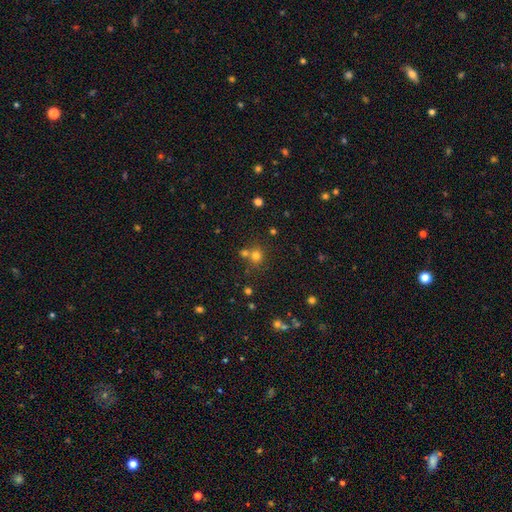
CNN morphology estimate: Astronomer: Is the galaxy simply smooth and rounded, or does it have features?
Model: smooth — 72%.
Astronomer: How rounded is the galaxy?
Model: round — 86%.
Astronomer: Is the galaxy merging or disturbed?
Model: none — 59%.